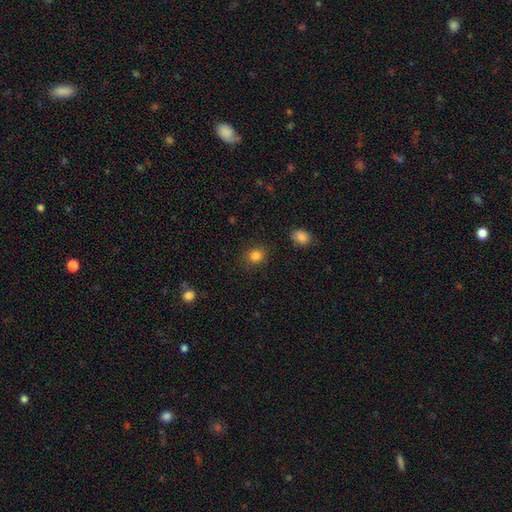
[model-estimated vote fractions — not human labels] Smooth or featured? Predicted: smooth (p=0.84). How rounded? Predicted: round (p=0.78). Merging? Predicted: none (p=0.86).